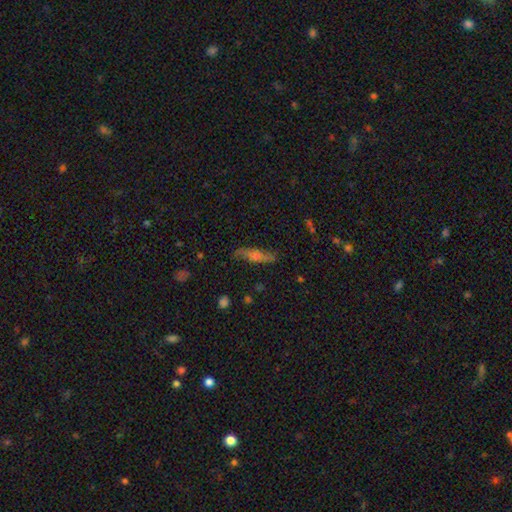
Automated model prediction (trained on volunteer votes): Smooth or featured: featured or disk — 49% (smooth — 41%)
Merging: none — 78% (minor disturbance — 16%)